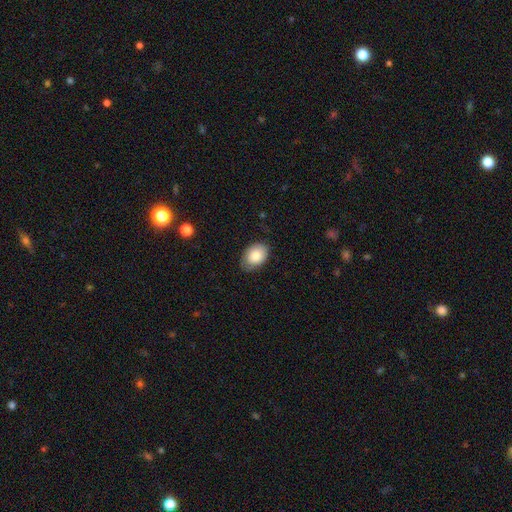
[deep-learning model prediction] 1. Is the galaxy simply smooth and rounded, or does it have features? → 82% smooth, 11% featured or disk, 7% star or artifact.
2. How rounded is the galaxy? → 81% in between, 18% round, 1% cigar-shaped.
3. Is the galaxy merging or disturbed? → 73% none, 22% minor disturbance, 4% major disturbance, 1% merger.